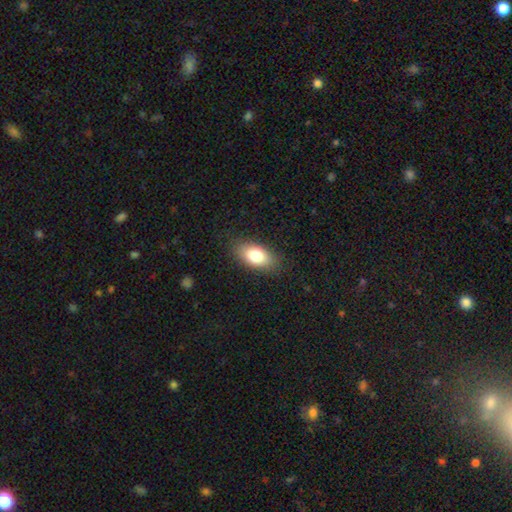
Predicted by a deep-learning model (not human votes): This is clearly a smooth galaxy (81%). How rounded: clearly in between (91%). Merging: clearly none (85%).